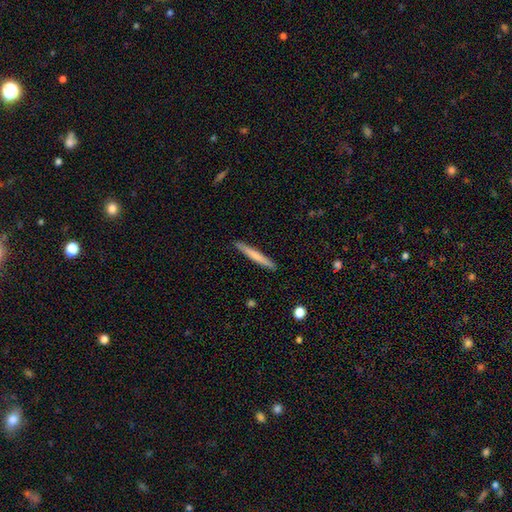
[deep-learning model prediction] Overall: smooth (66%; featured or disk 29%). How rounded: cigar-shaped (96%). Merging: none (91%).